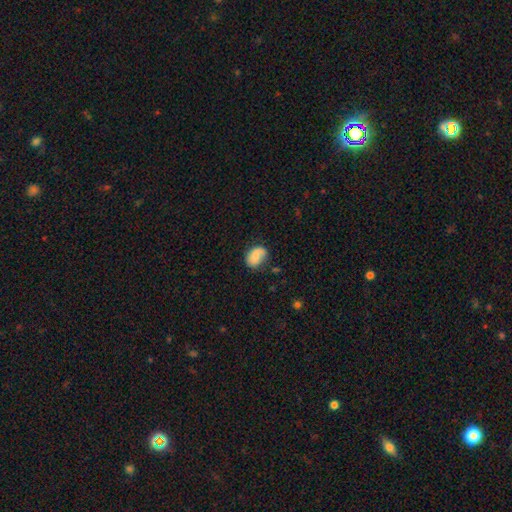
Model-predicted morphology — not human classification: smooth 67%, featured or disk 25%, star or artifact 8%. Down the decision tree: how rounded — in between (70%); merging — none (60%).